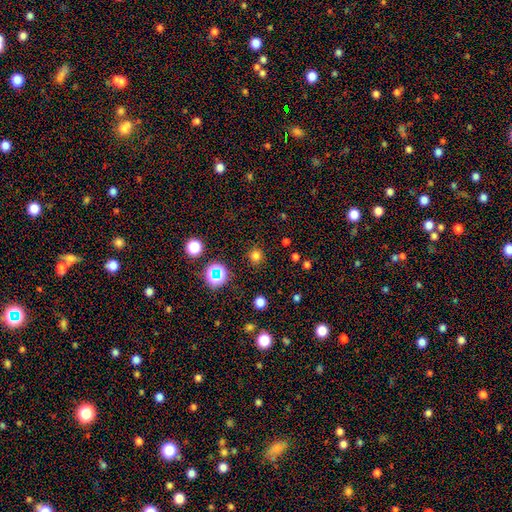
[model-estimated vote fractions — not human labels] This appears to be a smooth galaxy with no disk features (71%) that is round (92%). Merging: none (88%).